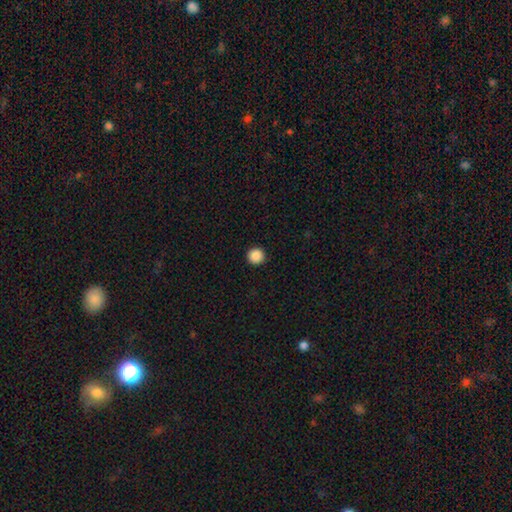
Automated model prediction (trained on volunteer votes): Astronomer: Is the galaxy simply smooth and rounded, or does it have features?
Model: smooth — 88%.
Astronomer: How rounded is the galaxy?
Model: round — 96%.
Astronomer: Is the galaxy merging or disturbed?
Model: none — 93%.